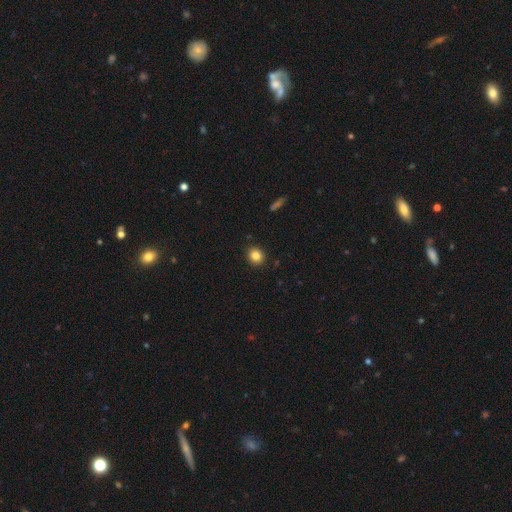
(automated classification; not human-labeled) Q: Smooth or featured?
A: smooth (84%); runner-up: star or artifact (11%)
Q: How rounded?
A: round (83%); runner-up: in between (16%)
Q: Merging?
A: none (91%); runner-up: minor disturbance (6%)